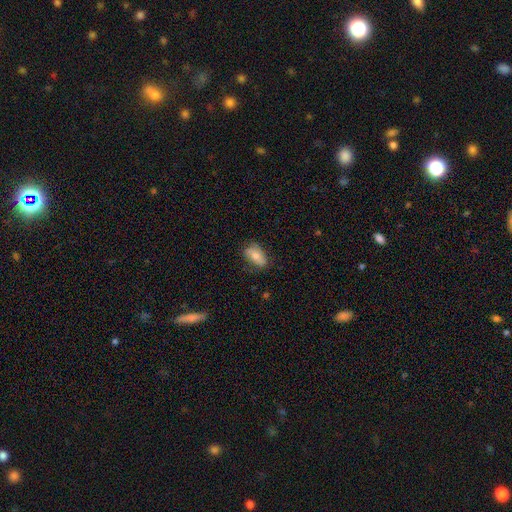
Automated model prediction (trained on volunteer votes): Overall: smooth (69%). How rounded: in between (89%). Merging: none (71%).